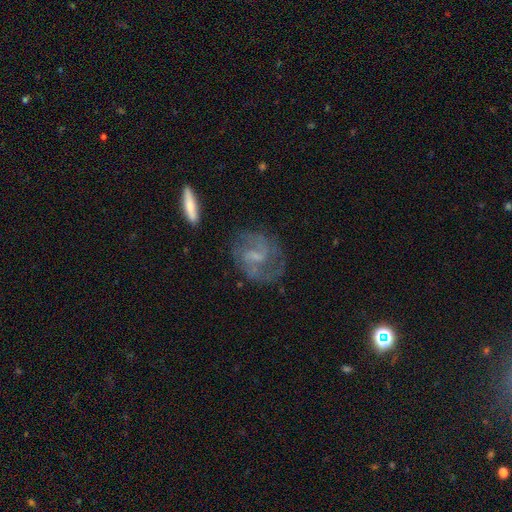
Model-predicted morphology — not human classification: This appears to be a featured or disk galaxy (74%) with a weak bar (55%), 2 (68%) medium (48%) spiral arms (86%) and a small central bulge (44%). Merging: none (65%).